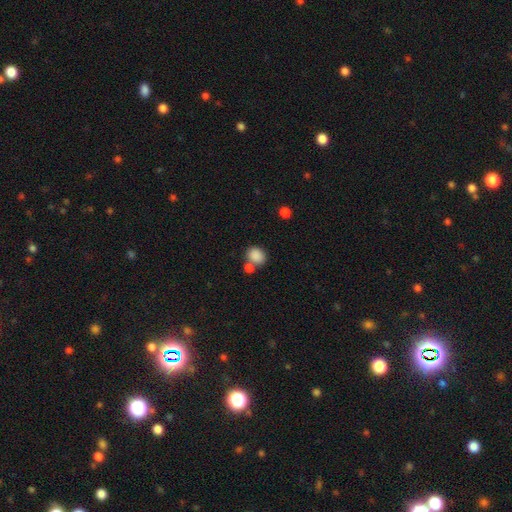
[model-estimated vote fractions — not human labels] Smooth or featured?
  - smooth: 86% *
  - star or artifact: 9%
  - featured or disk: 5%
How rounded?
  - round: 56% *
  - in between: 43%
  - cigar-shaped: 1%
Merging?
  - none: 55% *
  - merger: 29%
  - minor disturbance: 12%
  - major disturbance: 4%